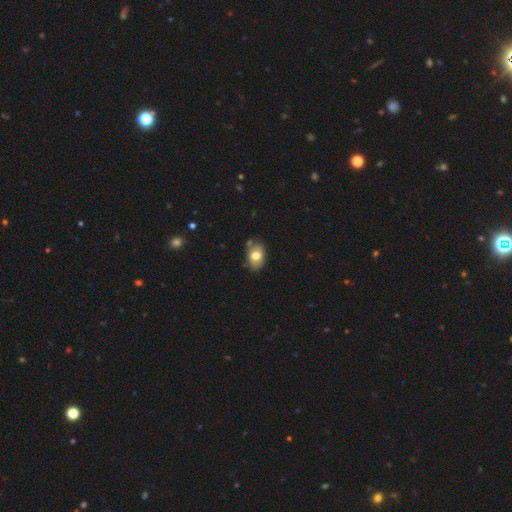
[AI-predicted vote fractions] Q: Smooth or featured?
A: smooth (74%); runner-up: featured or disk (18%)
Q: How rounded?
A: in between (83%); runner-up: round (16%)
Q: Merging?
A: none (68%); runner-up: minor disturbance (22%)